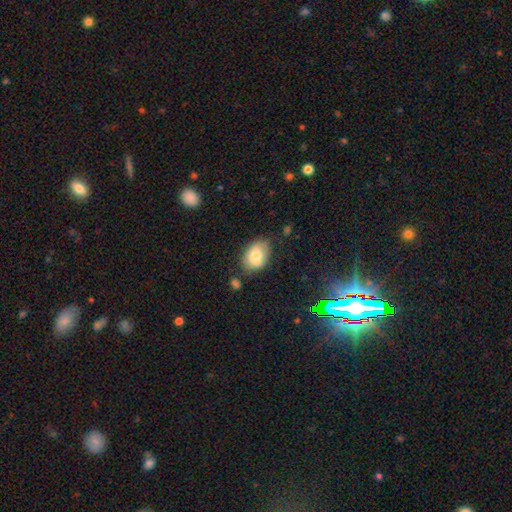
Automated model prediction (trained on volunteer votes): A smooth galaxy with no disk features (75%) that is in between round and cigar-shaped (82%).

Vote fractions:
- Smooth or featured? smooth: 75% / featured or disk: 18% / star or artifact: 8%
- How rounded? in between: 82% / round: 17% / cigar-shaped: 1%
- Merging? none: 65% / minor disturbance: 25% / major disturbance: 5% / merger: 5%